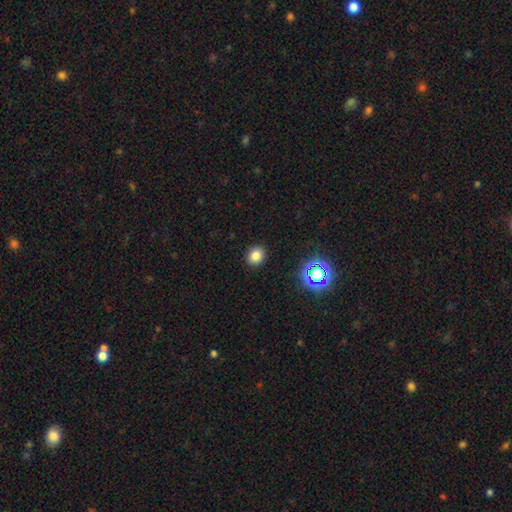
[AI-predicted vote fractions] Smooth or featured? smooth (81%)
How rounded? round (66%)
Merging? none (90%)